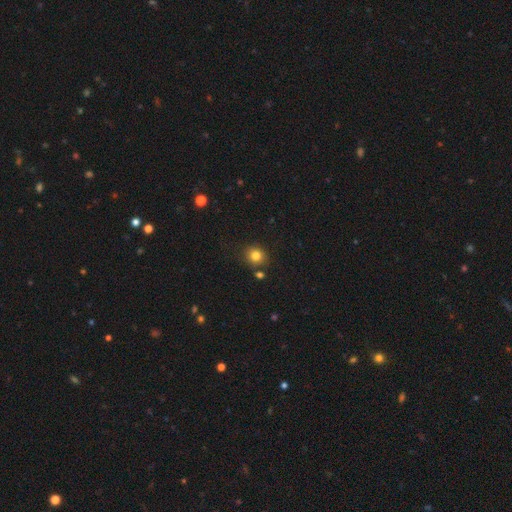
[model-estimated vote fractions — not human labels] A smooth galaxy with no disk features (81%) that is round (87%).

Vote fractions:
- Smooth or featured? smooth: 81% / star or artifact: 13% / featured or disk: 6%
- How rounded? round: 87% / in between: 13% / cigar-shaped: 1%
- Merging? none: 82% / minor disturbance: 9% / merger: 6% / major disturbance: 2%